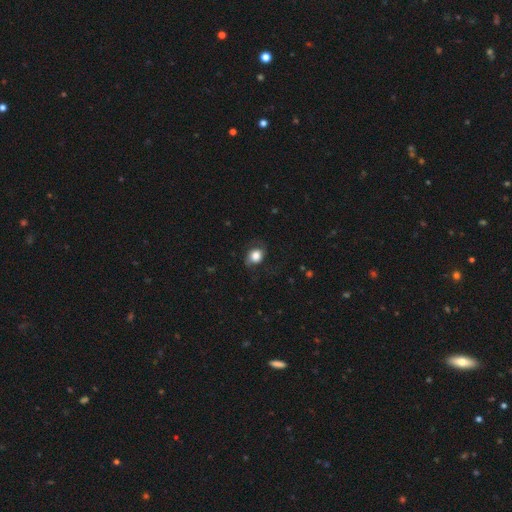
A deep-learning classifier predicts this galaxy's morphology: smooth 69%, featured or disk 23%, star or artifact 9%. Down the decision tree: how rounded — in between (52%); merging — none (66%).